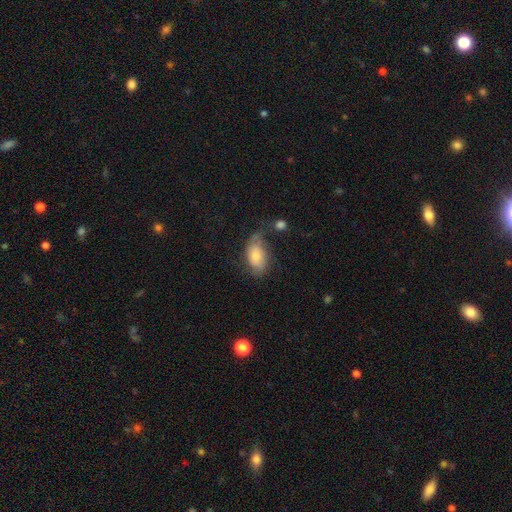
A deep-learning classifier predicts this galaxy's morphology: Smooth or featured: smooth — 58% (featured or disk — 33%)
How rounded: in between — 90% (round — 7%)
Merging: none — 42% (minor disturbance — 30%)